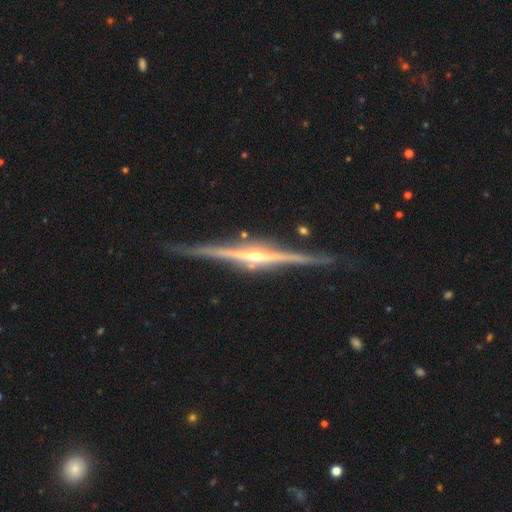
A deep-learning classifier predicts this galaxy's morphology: A featured or disk galaxy (91%) viewed edge-on (99%) with a rounded central bulge (83%). Merging: none (89%).